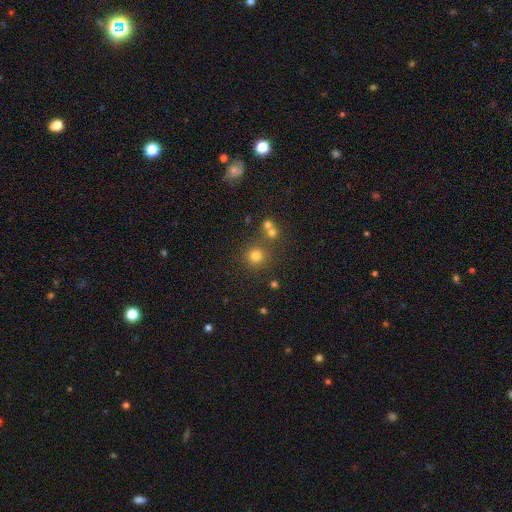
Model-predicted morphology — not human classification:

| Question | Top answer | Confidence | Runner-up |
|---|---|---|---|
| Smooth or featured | smooth | 75% | star or artifact (18%) |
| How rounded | round | 92% | in between (7%) |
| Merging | none | 75% | merger (14%) |